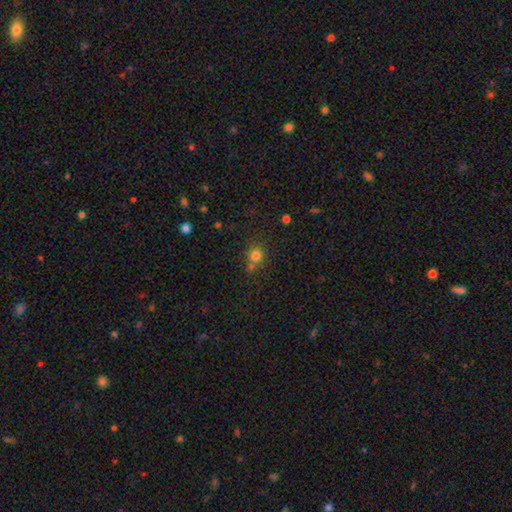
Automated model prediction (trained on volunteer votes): A smooth galaxy with no disk features (76%) that is round (85%). Merging: none (57%).